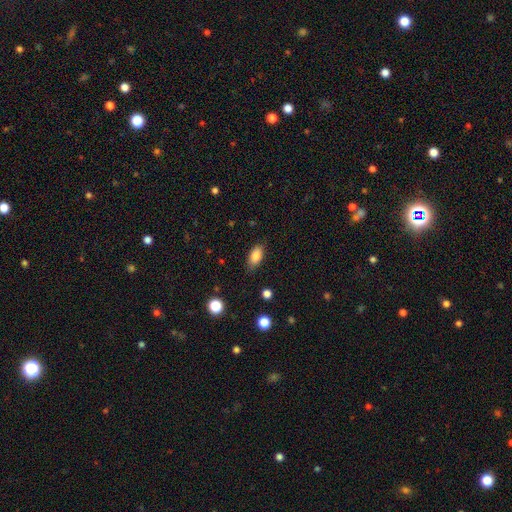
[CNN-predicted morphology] type=smooth (85%); roundness=in between (89%); merging=none (82%).